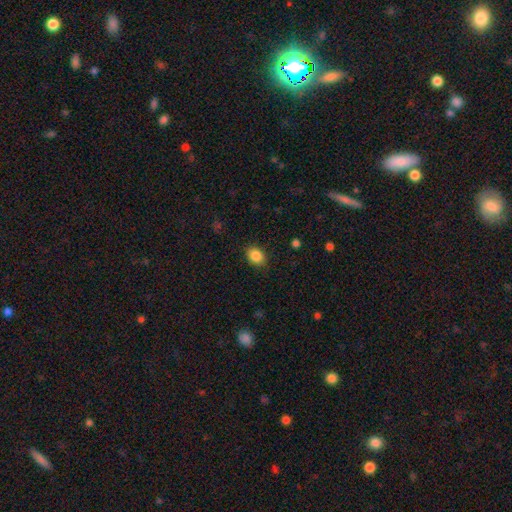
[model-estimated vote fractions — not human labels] A smooth galaxy with no disk features (87%) that is in between round and cigar-shaped (60%). Merging: none (87%).